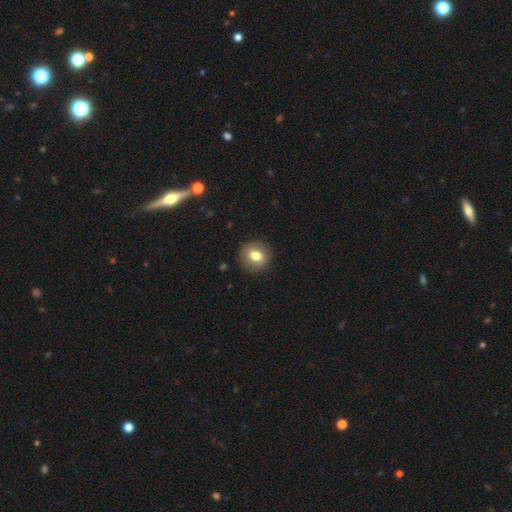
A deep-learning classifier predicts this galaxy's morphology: Smooth or featured: smooth — 77% (featured or disk — 14%)
How rounded: round — 83% (in between — 16%)
Merging: none — 89% (minor disturbance — 7%)